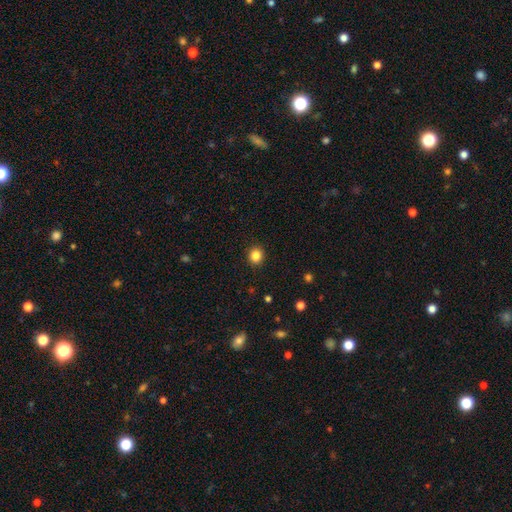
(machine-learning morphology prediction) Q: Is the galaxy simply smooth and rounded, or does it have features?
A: smooth — 84%.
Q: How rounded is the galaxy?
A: round — 85%.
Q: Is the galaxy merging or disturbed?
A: none — 92%.